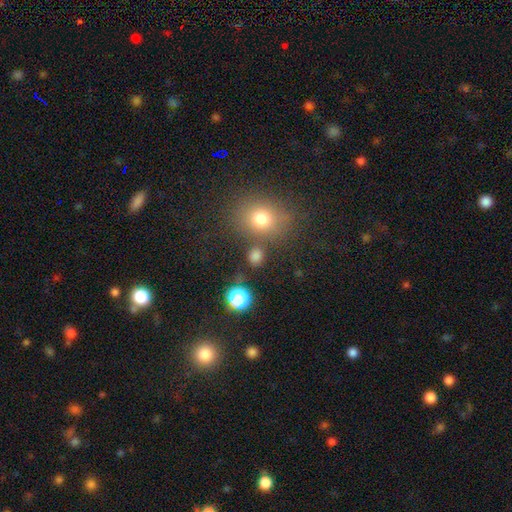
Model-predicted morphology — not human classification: A smooth galaxy with no disk features (75%) that is round (70%). Merging: none (76%).